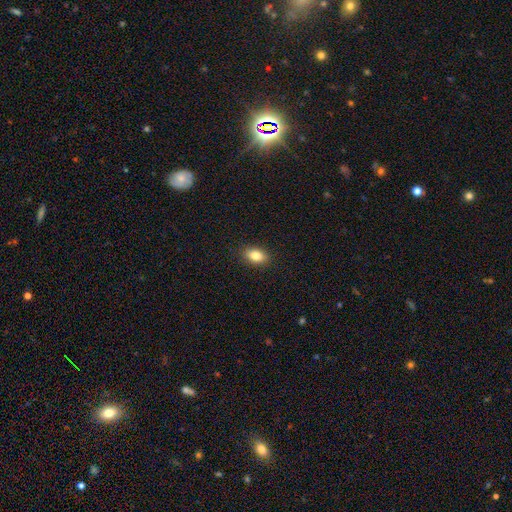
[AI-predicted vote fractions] Smooth or featured: smooth — 84% (star or artifact — 8%)
How rounded: in between — 87% (round — 10%)
Merging: none — 90% (minor disturbance — 8%)